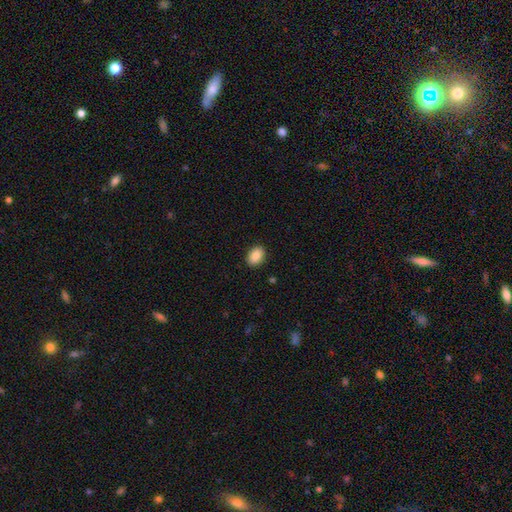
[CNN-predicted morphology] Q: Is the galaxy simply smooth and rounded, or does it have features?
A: smooth — 87%.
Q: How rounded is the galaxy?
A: in between — 75%.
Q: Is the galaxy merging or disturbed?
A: none — 90%.